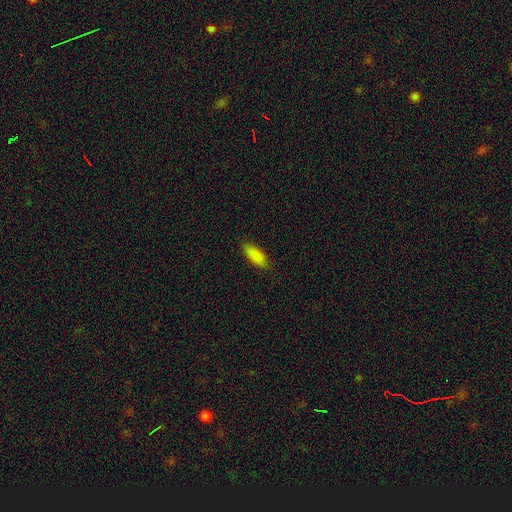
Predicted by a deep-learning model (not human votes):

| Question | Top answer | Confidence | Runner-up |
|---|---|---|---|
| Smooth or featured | smooth | 88% | star or artifact (7%) |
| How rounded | in between | 73% | cigar-shaped (25%) |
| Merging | none | 85% | minor disturbance (12%) |